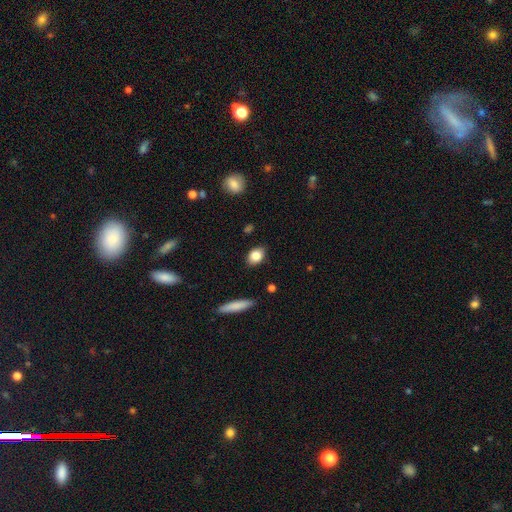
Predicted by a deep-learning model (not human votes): A smooth galaxy with no disk features (84%) that is in between round and cigar-shaped (76%).

Vote fractions:
- Smooth or featured? smooth: 84% / star or artifact: 8% / featured or disk: 8%
- How rounded? in between: 76% / round: 22% / cigar-shaped: 3%
- Merging? none: 84% / minor disturbance: 12% / major disturbance: 2% / merger: 2%